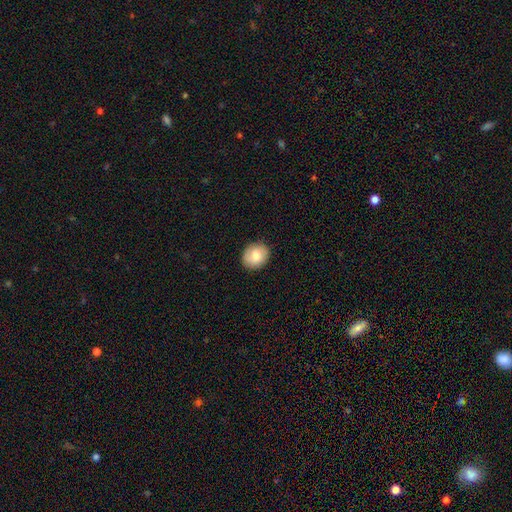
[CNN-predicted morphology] Smooth or featured: smooth — 79% (featured or disk — 13%)
How rounded: round — 58% (in between — 41%)
Merging: none — 88% (minor disturbance — 9%)